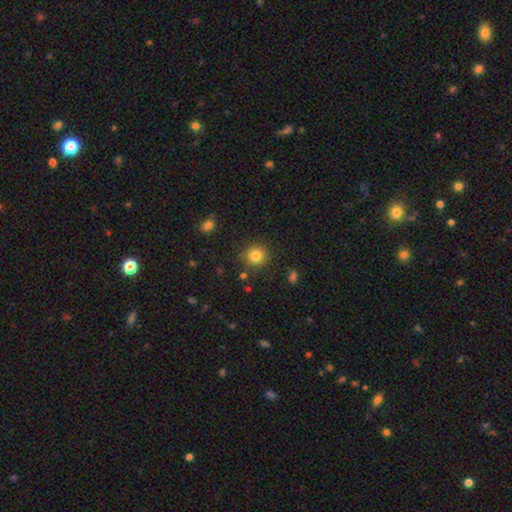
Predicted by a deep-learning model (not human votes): A smooth galaxy with no disk features (82%) that is round (91%). Merging: none (87%).